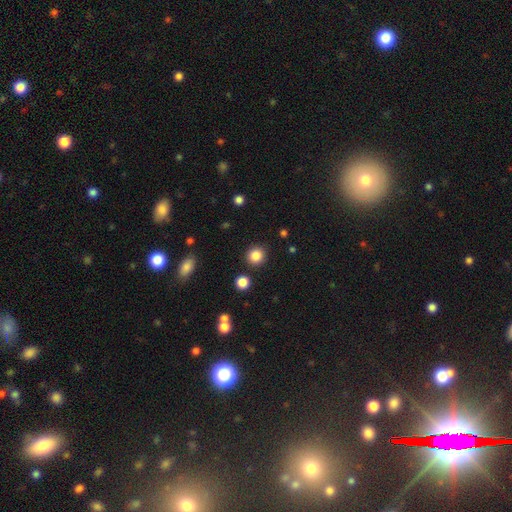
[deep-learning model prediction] Smooth or featured? smooth (85%)
How rounded? round (91%)
Merging? none (89%)